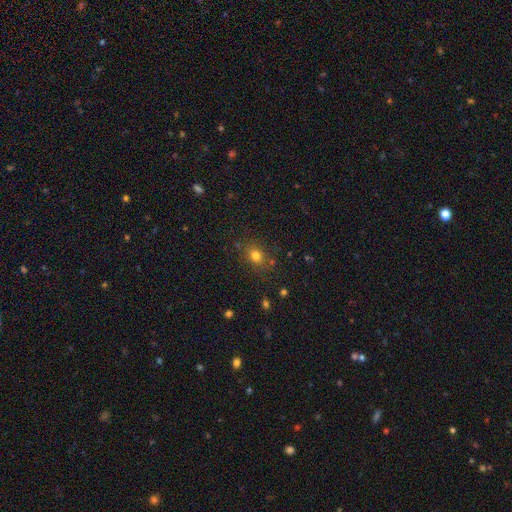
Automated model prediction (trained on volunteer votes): A smooth galaxy with no disk features (75%) that is round (61%). Merging: none (80%).